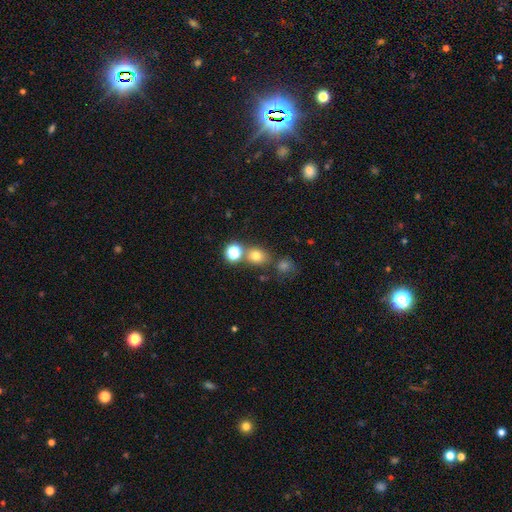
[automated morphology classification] smooth 72%, star or artifact 19%, featured or disk 9%. Down the decision tree: how rounded — round (60%); merging — none (68%).